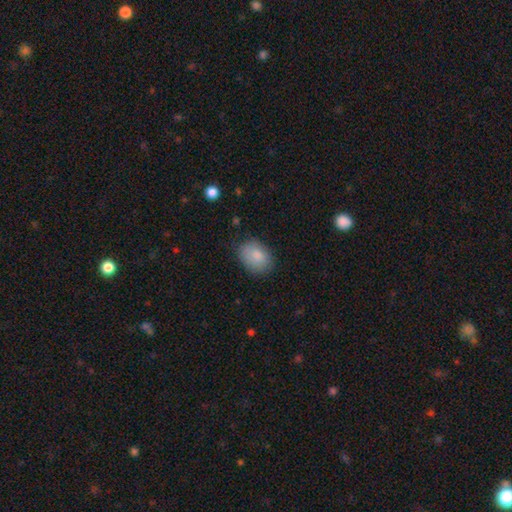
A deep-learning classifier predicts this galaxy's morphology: Smooth or featured: smooth — 85% (featured or disk — 8%)
How rounded: in between — 74% (round — 25%)
Merging: none — 77% (minor disturbance — 18%)